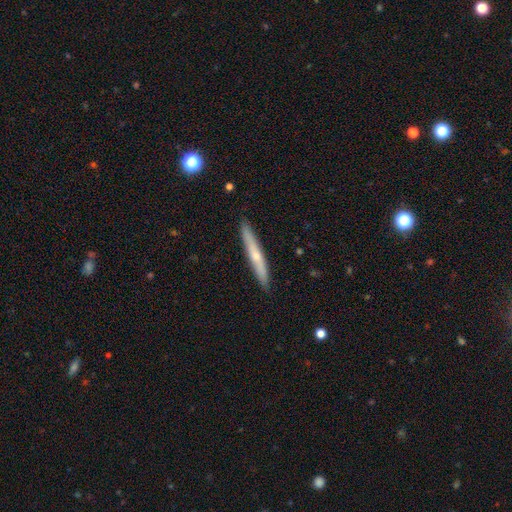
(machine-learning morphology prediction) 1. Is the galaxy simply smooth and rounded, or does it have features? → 51% featured or disk, 43% smooth, 6% star or artifact.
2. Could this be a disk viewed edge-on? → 93% yes, 7% no.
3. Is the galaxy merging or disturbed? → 90% none, 7% minor disturbance, 1% major disturbance, 1% merger.